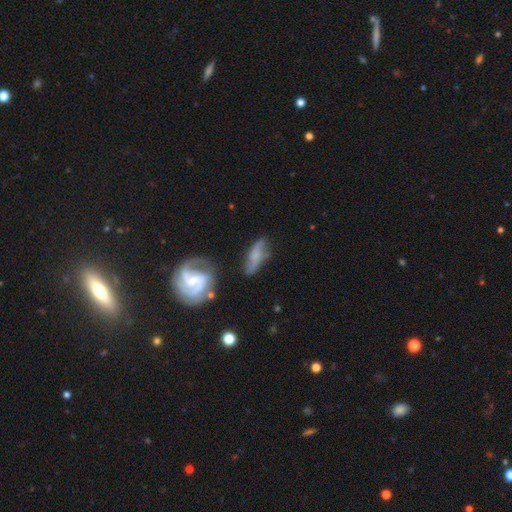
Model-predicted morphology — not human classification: Smooth or featured? Predicted: featured or disk (p=0.55). Edge-on disk? Predicted: no (p=0.84). Merging? Predicted: none (p=0.58).